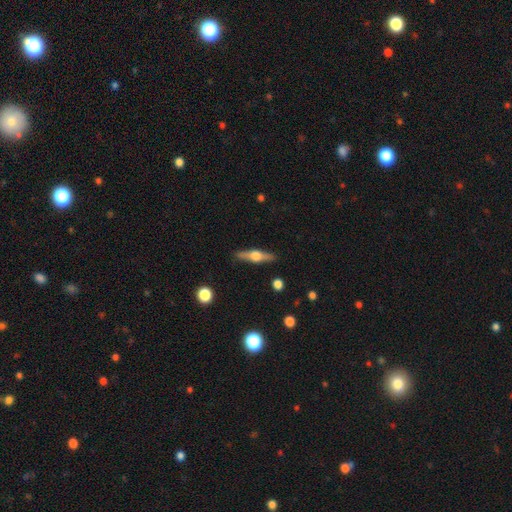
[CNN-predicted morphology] smooth-or-featured: featured or disk: 67% | smooth: 27% | star or artifact: 6%
  disk-edge-on: yes: 96% | no: 4%
    edge-on-bulge: rounded: 95% | boxy: 4% | none: 2%
  merging: none: 89% | minor disturbance: 8% | major disturbance: 2% | merger: 1%